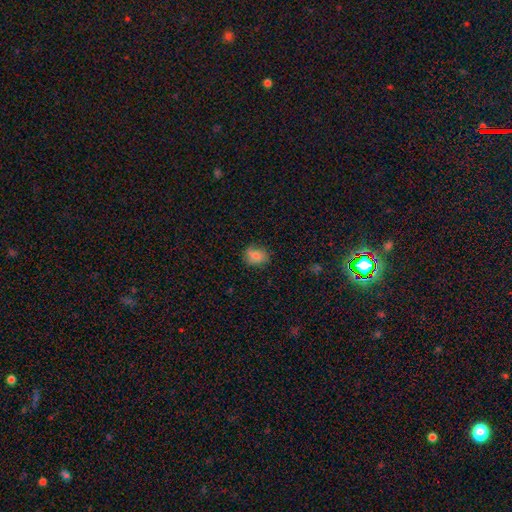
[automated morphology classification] The model was most divided on "how rounded": round: 53%, in between: 46%, cigar-shaped: 1%. More confident: smooth or featured — smooth (78%); merging — none (76%).